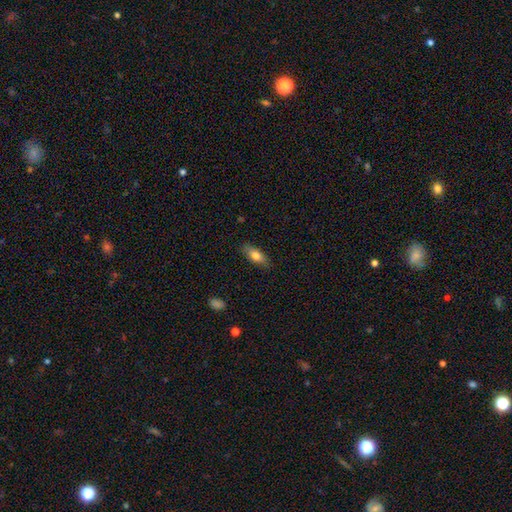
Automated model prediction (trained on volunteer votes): Smooth or featured? smooth (74%)
How rounded? in between (75%)
Merging? none (85%)